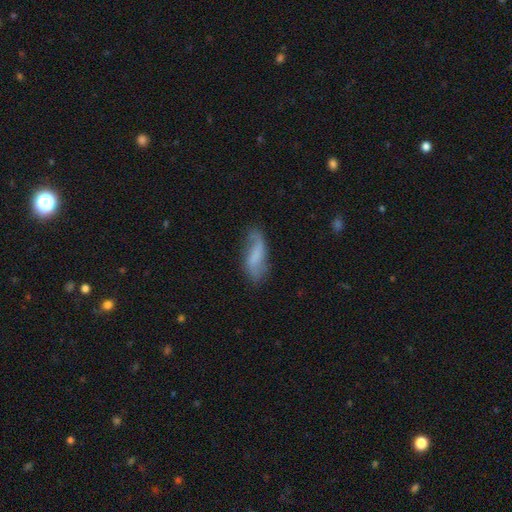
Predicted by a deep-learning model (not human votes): A featured or disk galaxy (46%, tied with smooth).

Vote fractions:
- Smooth or featured? featured or disk: 46% (tied) / smooth: 46% (tied) / star or artifact: 8%
- Merging? none: 57% / minor disturbance: 28% / major disturbance: 12% / merger: 3%